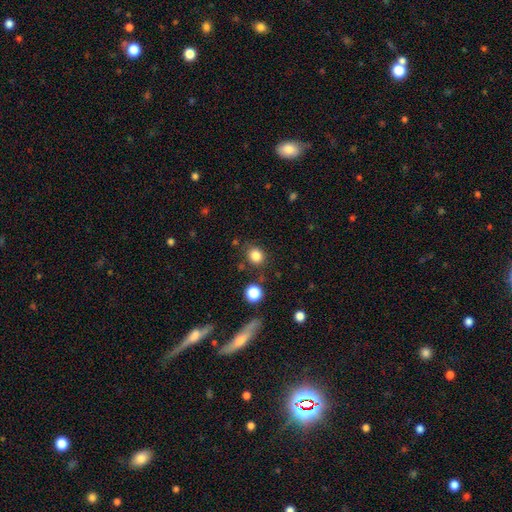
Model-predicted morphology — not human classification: Q: Smooth or featured?
A: smooth (83%); runner-up: star or artifact (12%)
Q: How rounded?
A: round (76%); runner-up: in between (23%)
Q: Merging?
A: none (81%); runner-up: minor disturbance (11%)